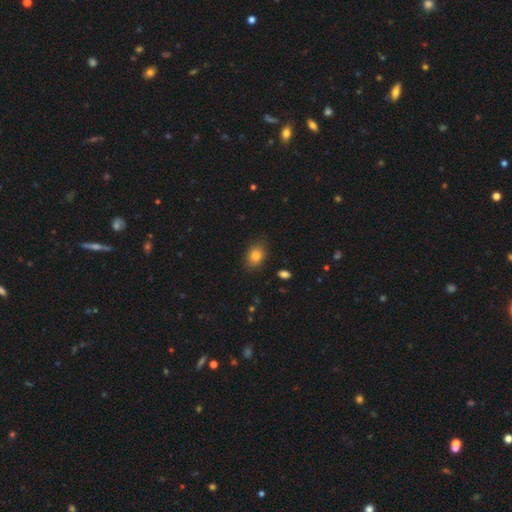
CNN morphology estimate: This is clearly a smooth galaxy (81%). How rounded: likely in between (72%). Merging: clearly none (84%).